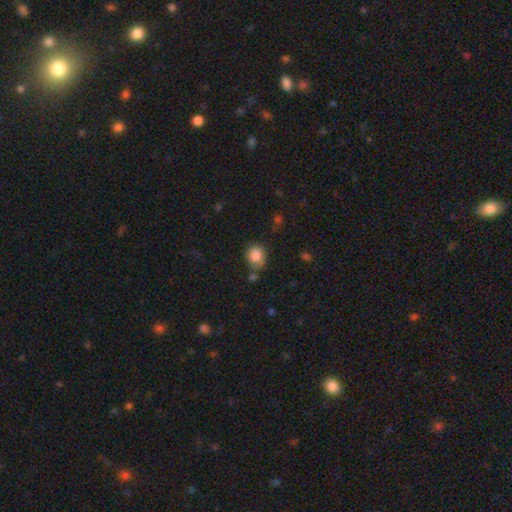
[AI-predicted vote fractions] This appears to be a smooth galaxy with no disk features (85%) that is round (76%). Merging: none (66%).